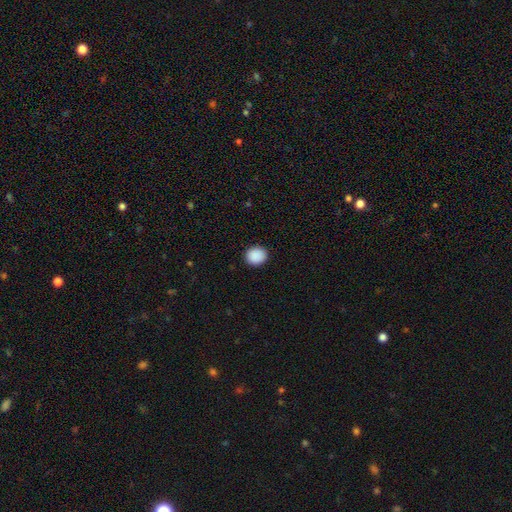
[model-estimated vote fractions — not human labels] A smooth galaxy with no disk features (90%) that is round (71%). Merging: none (91%).